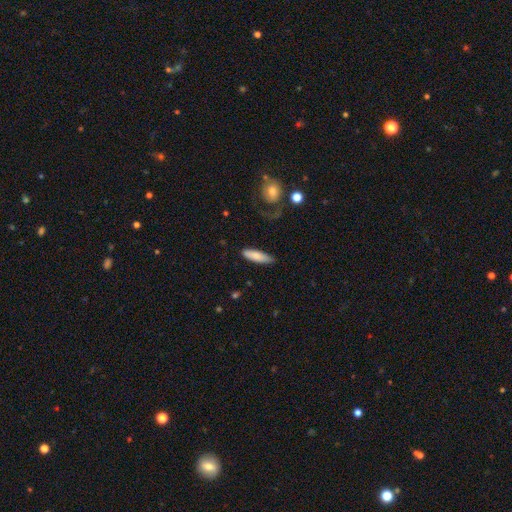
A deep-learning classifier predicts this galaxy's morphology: Q: Smooth or featured?
A: smooth (80%); runner-up: featured or disk (14%)
Q: How rounded?
A: cigar-shaped (62%); runner-up: in between (36%)
Q: Merging?
A: none (75%); runner-up: minor disturbance (17%)